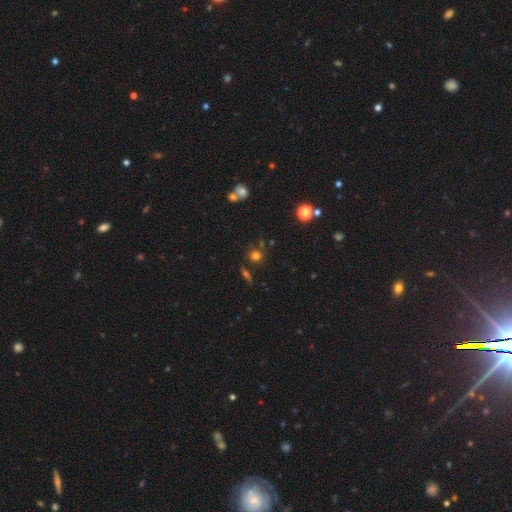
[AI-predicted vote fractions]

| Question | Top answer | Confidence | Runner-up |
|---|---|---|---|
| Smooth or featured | smooth | 68% | star or artifact (22%) |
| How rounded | round | 88% | in between (10%) |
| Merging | none | 74% | minor disturbance (11%) |